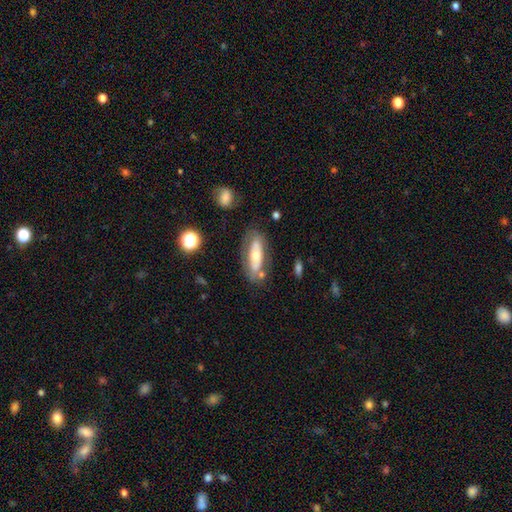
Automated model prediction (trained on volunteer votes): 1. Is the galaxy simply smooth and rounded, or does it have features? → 50% featured or disk, 43% smooth, 7% star or artifact.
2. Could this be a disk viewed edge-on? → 73% no, 27% yes.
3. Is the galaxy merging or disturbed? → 68% none, 17% minor disturbance, 7% major disturbance, 7% merger.